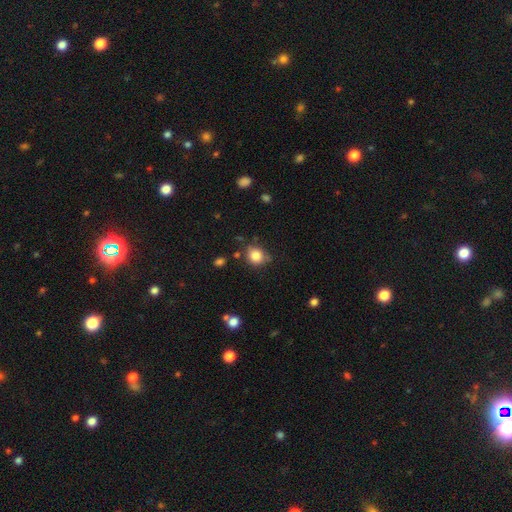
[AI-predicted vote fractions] This is clearly a smooth galaxy (83%). How rounded: likely round (74%). Merging: likely none (72%).